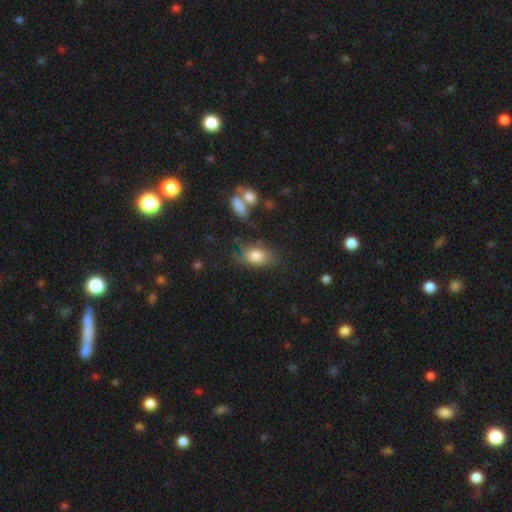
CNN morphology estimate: Smooth or featured?
  - smooth: 80% *
  - featured or disk: 11%
  - star or artifact: 8%
How rounded?
  - in between: 84% *
  - round: 14%
  - cigar-shaped: 2%
Merging?
  - none: 66% *
  - minor disturbance: 20%
  - major disturbance: 8%
  - merger: 6%